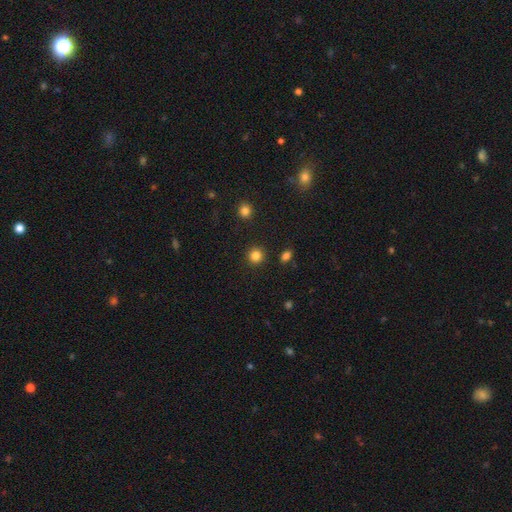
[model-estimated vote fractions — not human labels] Q: Smooth or featured?
A: smooth (84%); runner-up: star or artifact (12%)
Q: How rounded?
A: round (92%); runner-up: in between (7%)
Q: Merging?
A: none (91%); runner-up: minor disturbance (5%)